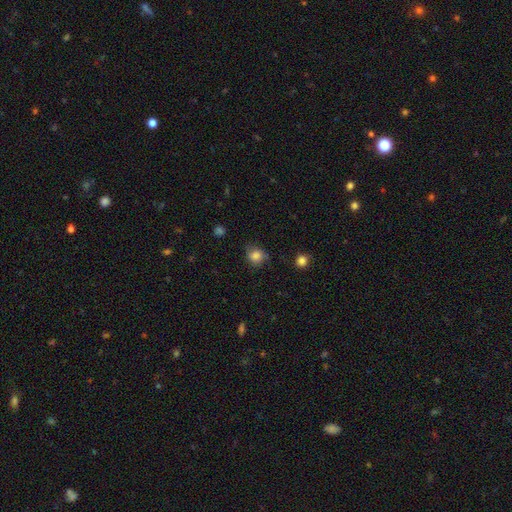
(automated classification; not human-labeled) smooth_or_featured: smooth (p=0.82) [alt: star or artifact p=0.10]
how_rounded: round (p=0.74) [alt: in between p=0.25]
merging: none (p=0.67) [alt: minor disturbance p=0.24]